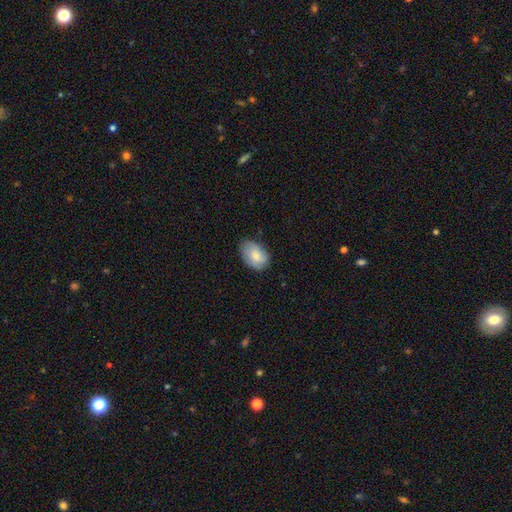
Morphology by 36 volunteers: This is likely a smooth galaxy (69%). How rounded: clearly in between (88%). Merging: likely none (74%).